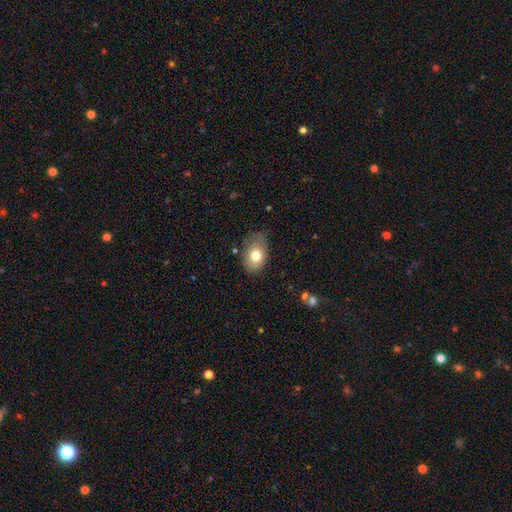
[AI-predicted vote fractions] Overall: smooth (75%). How rounded: in between (81%). Merging: none (65%; minor disturbance 27%).